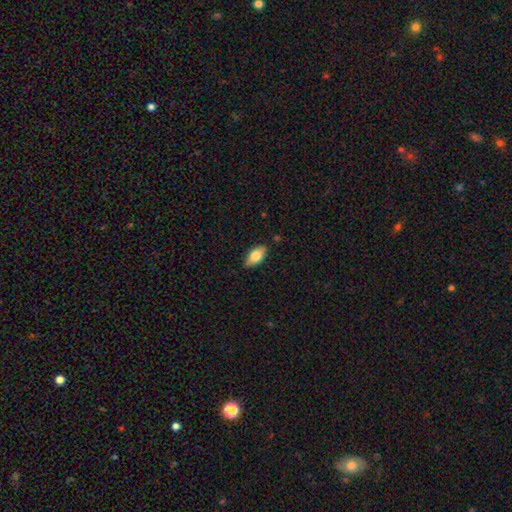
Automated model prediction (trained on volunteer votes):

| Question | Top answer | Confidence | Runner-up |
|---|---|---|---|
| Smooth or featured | smooth | 76% | featured or disk (18%) |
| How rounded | in between | 90% | cigar-shaped (7%) |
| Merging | none | 85% | minor disturbance (12%) |